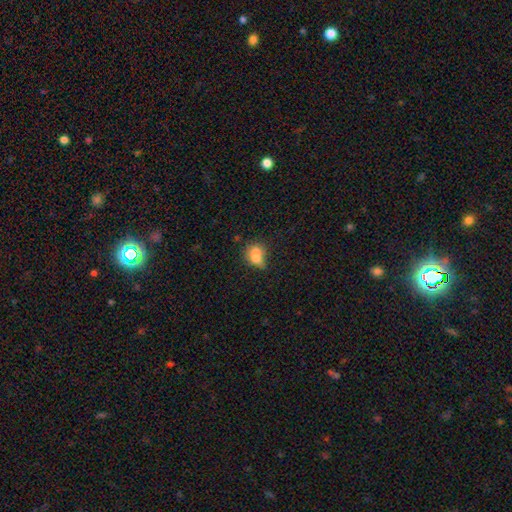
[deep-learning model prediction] Smooth or featured?
  - smooth: 68% *
  - featured or disk: 19%
  - star or artifact: 13%
How rounded?
  - in between: 62% *
  - round: 34%
  - cigar-shaped: 5%
Merging?
  - none: 36% *
  - minor disturbance: 26%
  - merger: 23%
  - major disturbance: 15%